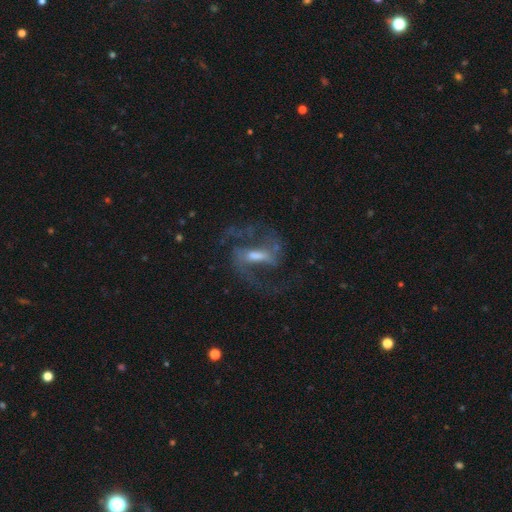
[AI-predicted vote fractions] Morphology: type=featured or disk (86%); edge-on=no (96%); bar=strong (45%); spiral arms=yes (95%); winding=medium (53%); arm count=2 (86%); bulge=moderate (46%); merging=none (65%).